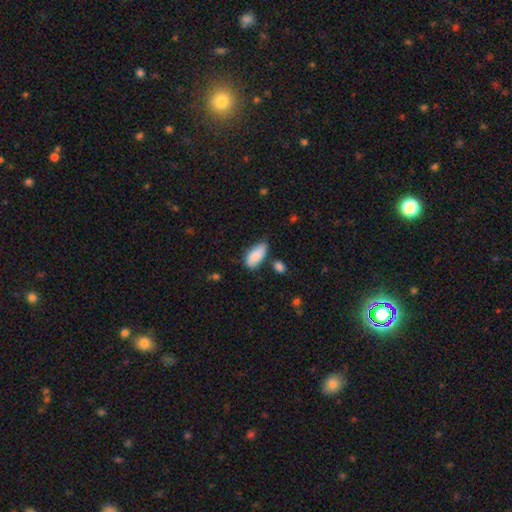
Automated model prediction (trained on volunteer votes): The model was most divided on "merging": none: 62%, minor disturbance: 27%, merger: 6%, major disturbance: 5%. More confident: how rounded — in between (91%); smooth or featured — smooth (84%).